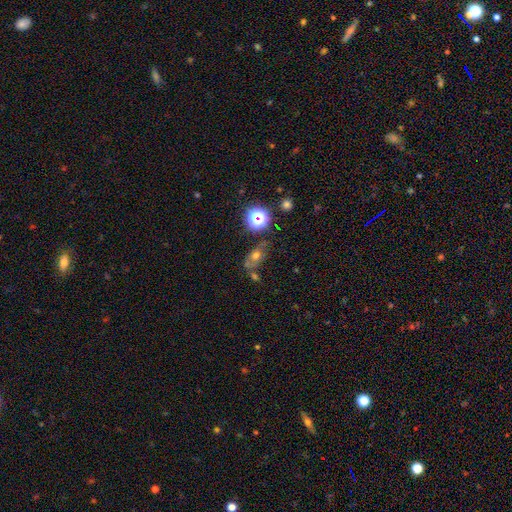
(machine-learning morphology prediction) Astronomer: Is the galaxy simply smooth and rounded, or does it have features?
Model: smooth — 47% (runner-up: star or artifact, 28%).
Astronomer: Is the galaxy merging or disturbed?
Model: none — 54%.